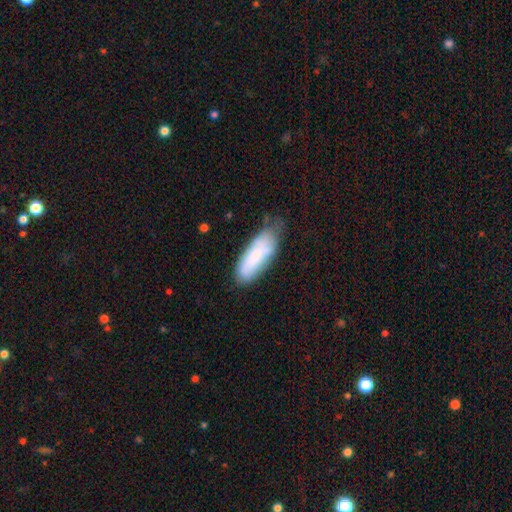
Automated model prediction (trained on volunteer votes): smooth-or-featured: smooth: 71% | featured or disk: 22% | star or artifact: 7%
  how-rounded: in between: 72% | cigar-shaped: 26% | round: 2%
  merging: none: 52% | minor disturbance: 35% | major disturbance: 9% | merger: 4%